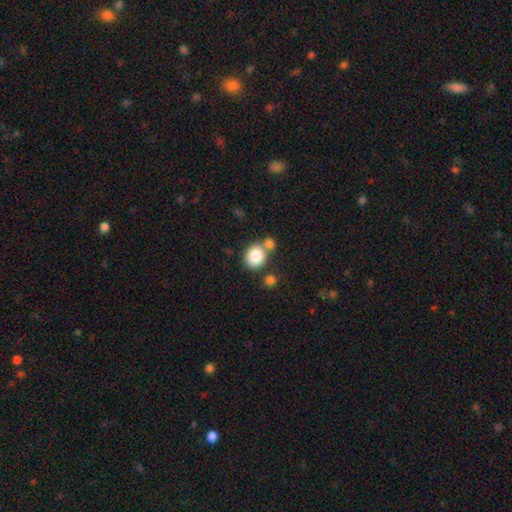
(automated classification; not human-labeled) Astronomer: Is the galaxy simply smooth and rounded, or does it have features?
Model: smooth — 84%.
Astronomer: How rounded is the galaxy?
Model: round — 68%.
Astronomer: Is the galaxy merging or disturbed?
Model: none — 57%.